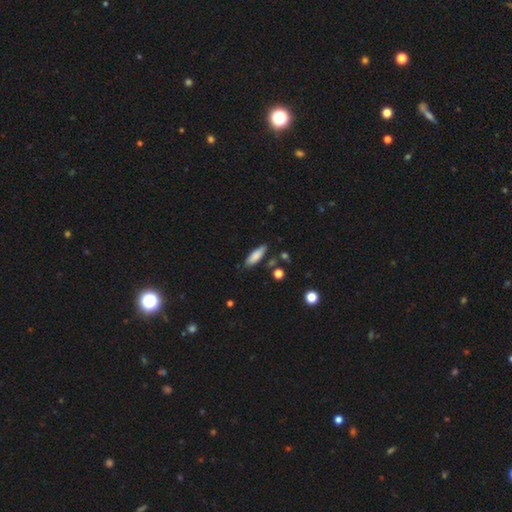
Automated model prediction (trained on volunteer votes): Smooth or featured?
  - smooth: 82% *
  - featured or disk: 11%
  - star or artifact: 7%
How rounded?
  - in between: 52% *
  - cigar-shaped: 46%
  - round: 2%
Merging?
  - none: 78% *
  - minor disturbance: 16%
  - merger: 3%
  - major disturbance: 3%